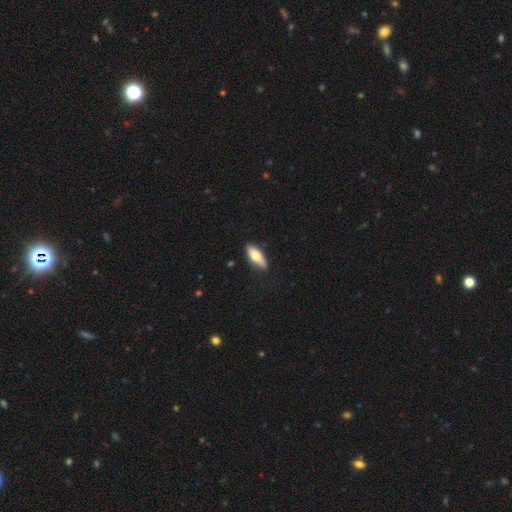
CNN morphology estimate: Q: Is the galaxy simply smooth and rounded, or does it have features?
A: smooth — 65%.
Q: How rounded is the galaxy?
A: in between — 64%.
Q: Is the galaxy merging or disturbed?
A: none — 87%.